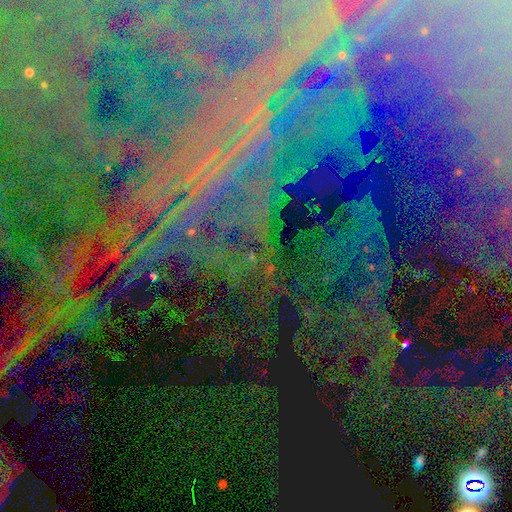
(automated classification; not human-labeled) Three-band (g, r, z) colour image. It shows a star or artifact, not a galaxy (70%).